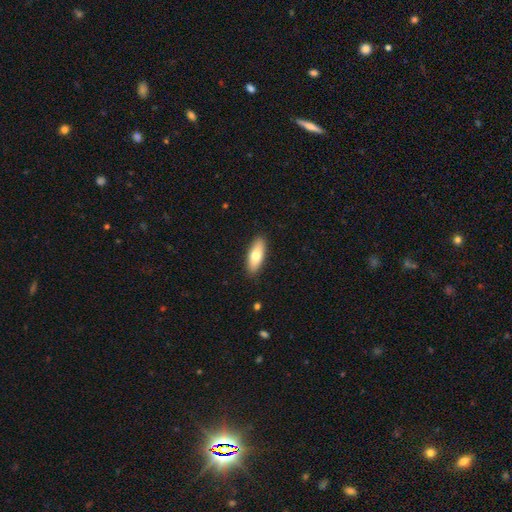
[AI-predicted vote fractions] A smooth galaxy with no disk features (73%) that is in between round and cigar-shaped (71%). Merging: none (89%).